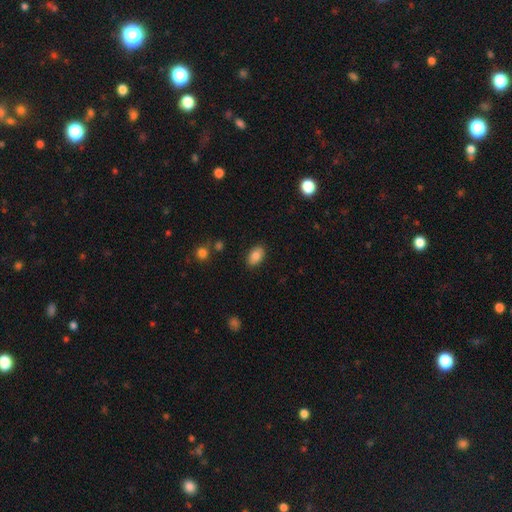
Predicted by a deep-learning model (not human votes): Smooth or featured: smooth — 83% (featured or disk — 9%)
How rounded: in between — 89% (round — 9%)
Merging: none — 87% (minor disturbance — 9%)